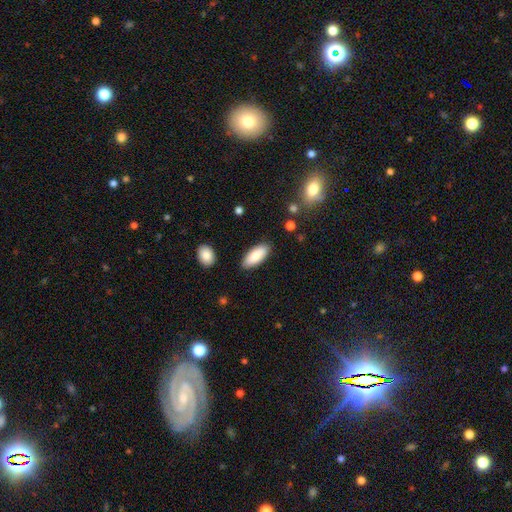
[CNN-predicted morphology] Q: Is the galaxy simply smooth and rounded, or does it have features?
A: smooth — 84%.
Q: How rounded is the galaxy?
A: in between — 81%.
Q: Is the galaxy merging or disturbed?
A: none — 85%.